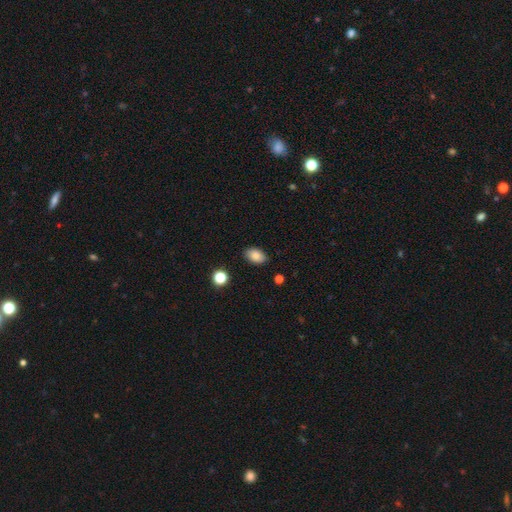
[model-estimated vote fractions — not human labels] smooth_or_featured: smooth (p=0.83) [alt: star or artifact p=0.09]
how_rounded: in between (p=0.88) [alt: round p=0.10]
merging: none (p=0.86) [alt: minor disturbance p=0.11]